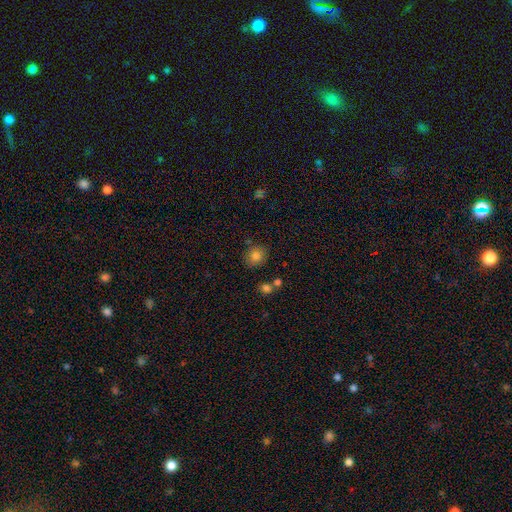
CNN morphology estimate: type=smooth (81%); roundness=round (84%); merging=none (82%).